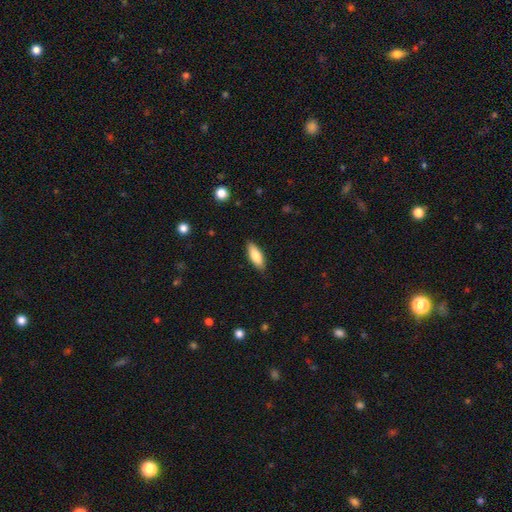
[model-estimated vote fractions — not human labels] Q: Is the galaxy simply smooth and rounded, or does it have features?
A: smooth — 82%.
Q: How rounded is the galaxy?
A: in between — 67%.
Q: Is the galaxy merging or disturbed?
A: none — 86%.